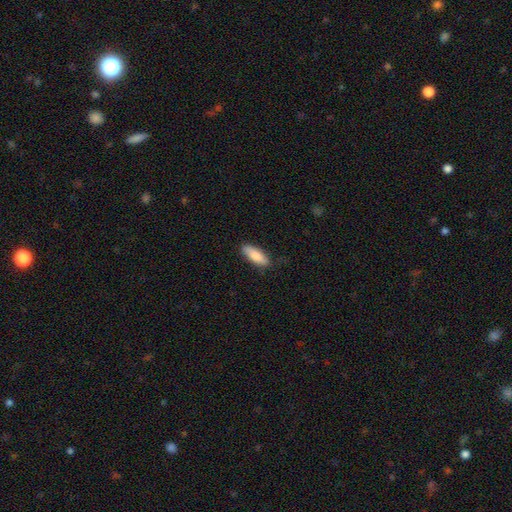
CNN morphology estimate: This is clearly a smooth galaxy (84%). How rounded: likely in between (62%). Merging: clearly none (83%).